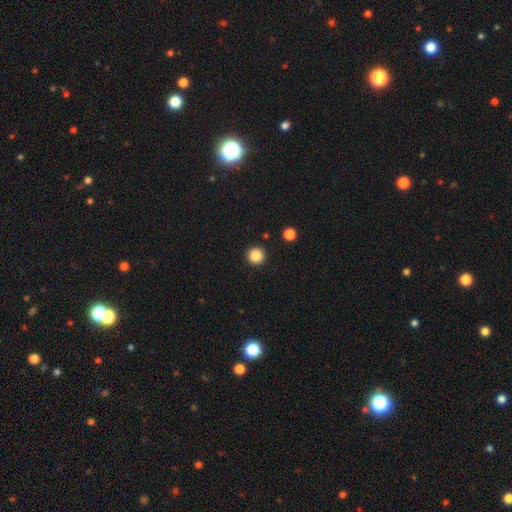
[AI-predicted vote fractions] A smooth galaxy with no disk features (87%) that is round (95%). Merging: none (92%).